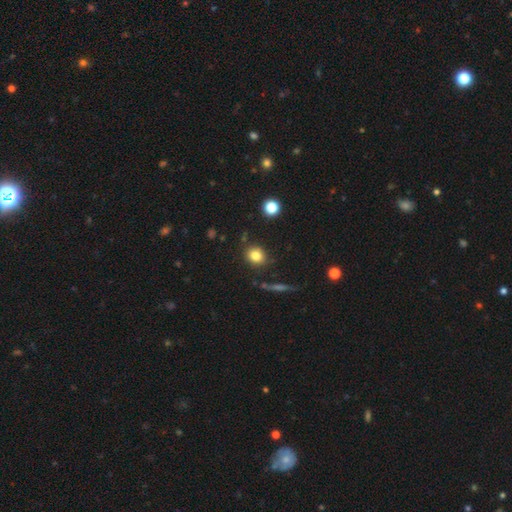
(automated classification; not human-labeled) smooth-or-featured: smooth: 81% | star or artifact: 11% | featured or disk: 7%
  how-rounded: round: 76% | in between: 23% | cigar-shaped: 1%
  merging: none: 84% | minor disturbance: 9% | merger: 4% | major disturbance: 3%